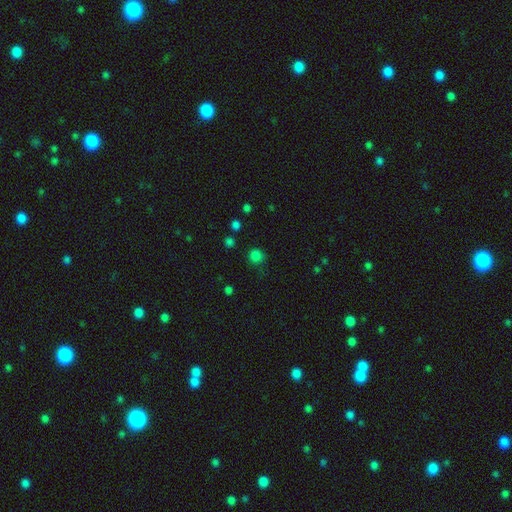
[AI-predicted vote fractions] smooth 79%, star or artifact 17%, featured or disk 4%. Down the decision tree: how rounded — round (91%); merging — none (82%).